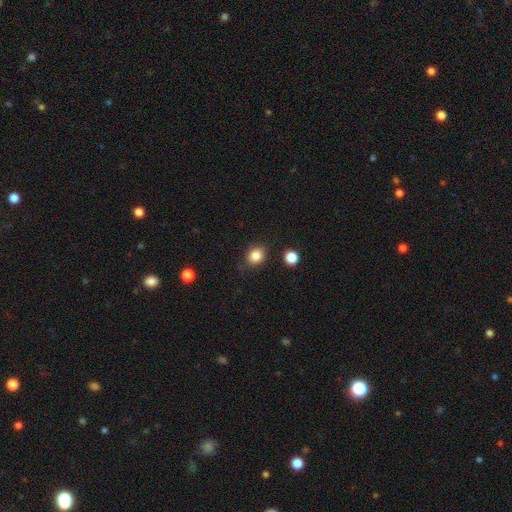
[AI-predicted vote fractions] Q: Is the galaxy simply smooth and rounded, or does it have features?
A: smooth — 84%.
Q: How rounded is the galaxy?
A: round — 58%.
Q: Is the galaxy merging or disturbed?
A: none — 82%.